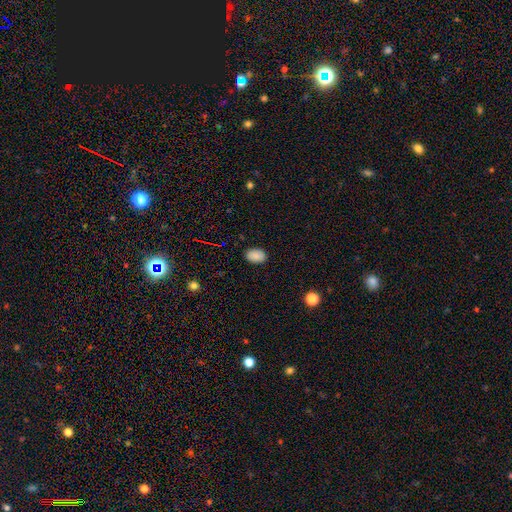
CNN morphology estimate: smooth_or_featured: smooth (p=0.88) [alt: star or artifact p=0.09]
how_rounded: in between (p=0.88) [alt: round p=0.11]
merging: none (p=0.88) [alt: minor disturbance p=0.09]